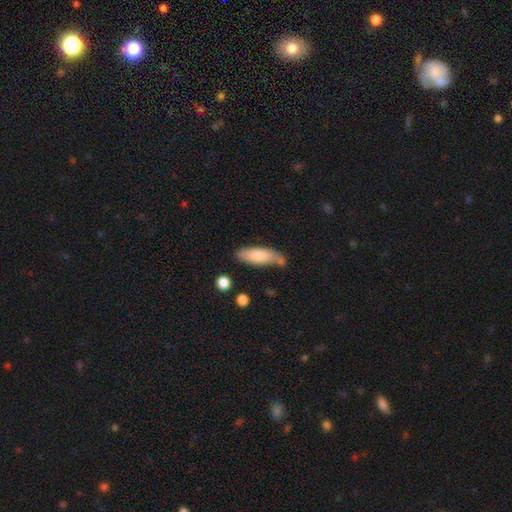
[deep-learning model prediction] This appears to be a smooth galaxy with no disk features (79%) that is in between round and cigar-shaped (56%). Merging: none (67%).